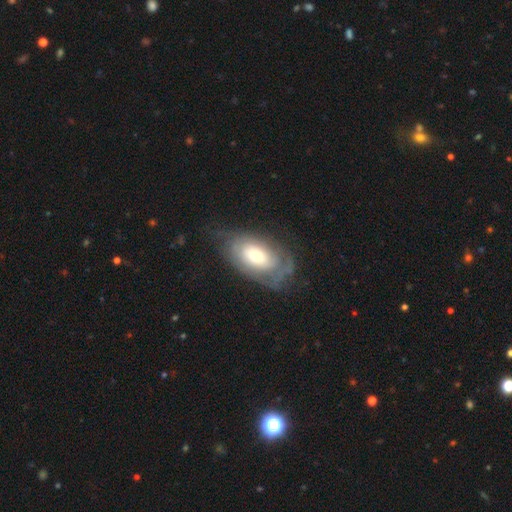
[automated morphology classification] smooth-or-featured: featured or disk: 57% | smooth: 36% | star or artifact: 7%
  disk-edge-on: no: 92% | yes: 8%
    bar: no: 75% | weak: 20% | strong: 5%
    has-spiral-arms: yes: 68% | no: 32%
    bulge-size: moderate: 62% | large: 19% | small: 16% | dominant: 2% | none: 1%
  merging: none: 56% | minor disturbance: 27% | major disturbance: 16% | merger: 2%